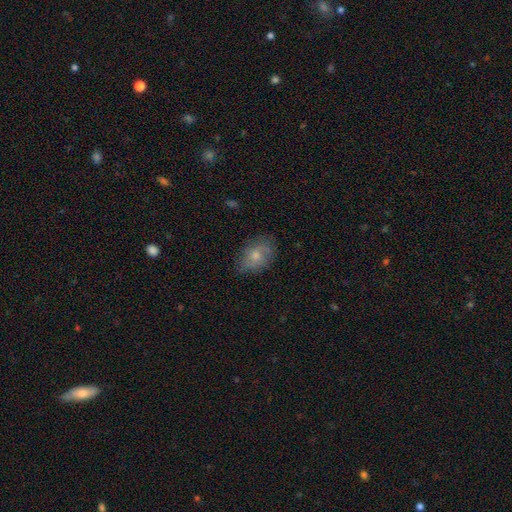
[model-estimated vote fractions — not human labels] smooth-or-featured: smooth: 58% | featured or disk: 34% | star or artifact: 9%
  how-rounded: in between: 77% | round: 21% | cigar-shaped: 2%
  merging: none: 62% | minor disturbance: 27% | major disturbance: 10% | merger: 2%